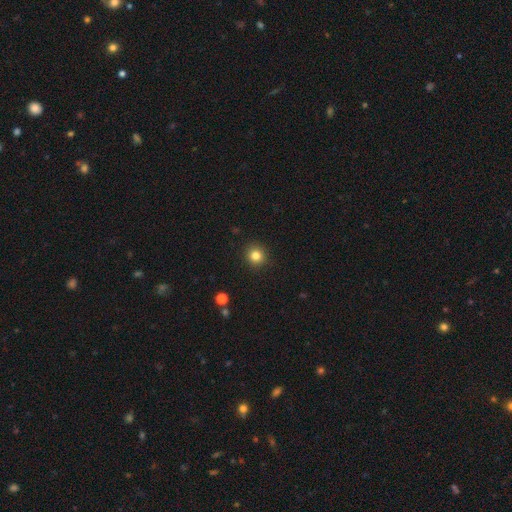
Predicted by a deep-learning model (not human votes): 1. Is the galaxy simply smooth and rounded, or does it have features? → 83% smooth, 12% star or artifact, 5% featured or disk.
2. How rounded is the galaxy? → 91% round, 8% in between, 1% cigar-shaped.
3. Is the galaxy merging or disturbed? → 91% none, 6% minor disturbance, 2% major disturbance, 1% merger.